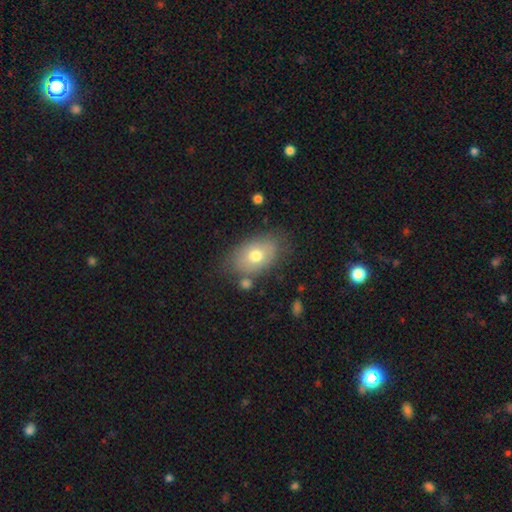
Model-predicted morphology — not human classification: Smooth or featured? smooth (68%)
How rounded? in between (87%)
Merging? none (69%)